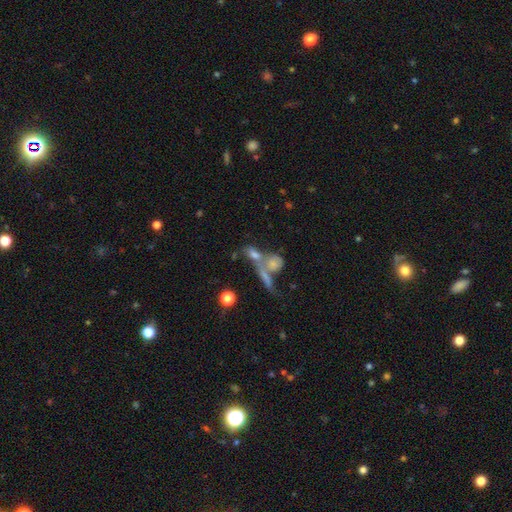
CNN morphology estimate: Smooth or featured? smooth (43%)
Merging? merger (45%)